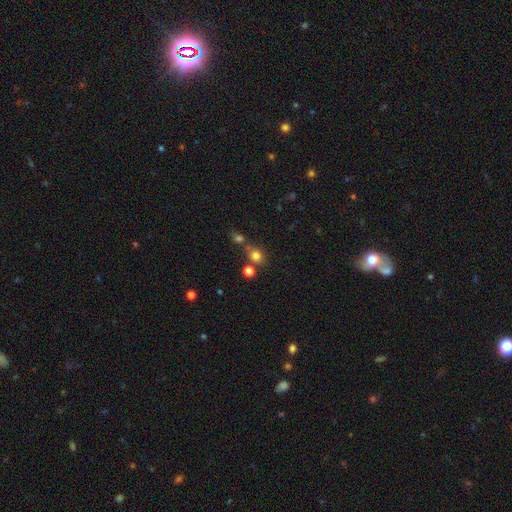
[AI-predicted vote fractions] Morphology: type=smooth (76%); roundness=round (76%); merging=none (61%).